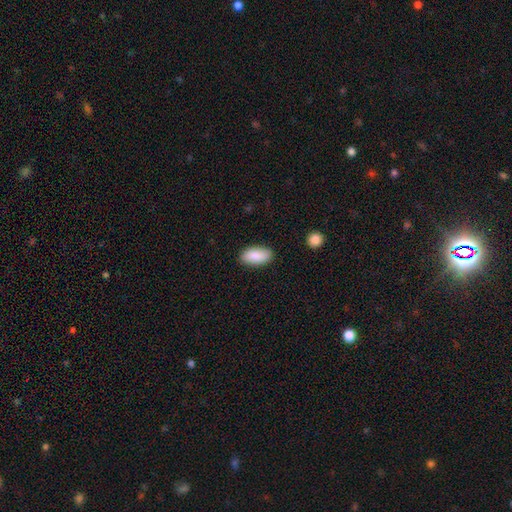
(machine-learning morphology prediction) This appears to be a smooth galaxy with no disk features (88%) that is in between round and cigar-shaped (92%). Merging: none (86%).